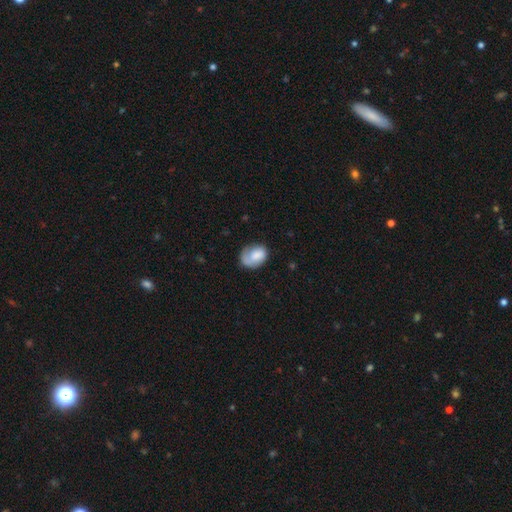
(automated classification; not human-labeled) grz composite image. It shows a smooth galaxy with no disk features (70%) that is in between round and cigar-shaped (67%). Merging: none (53%).